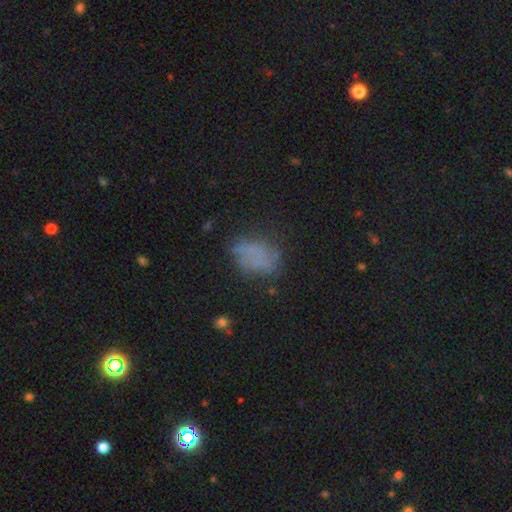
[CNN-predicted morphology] The model was most divided on "smooth or featured": smooth: 55%, featured or disk: 26%, star or artifact: 19%. More confident: how rounded — in between (76%); merging — none (56%).